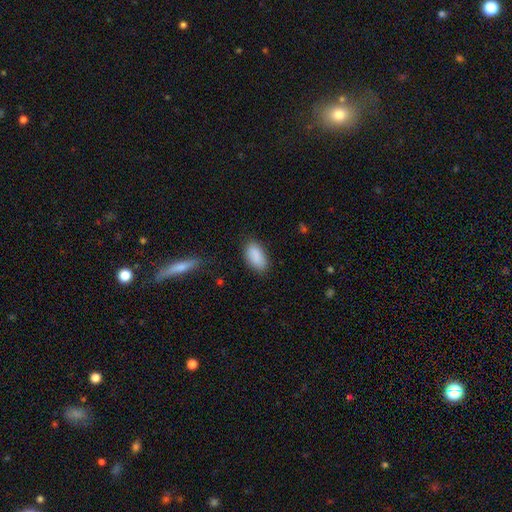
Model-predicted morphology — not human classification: A smooth galaxy with no disk features (89%) that is in between round and cigar-shaped (93%).

Vote fractions:
- Smooth or featured? smooth: 89% / star or artifact: 7% / featured or disk: 4%
- How rounded? in between: 93% / cigar-shaped: 4% / round: 3%
- Merging? none: 83% / minor disturbance: 13% / major disturbance: 3% / merger: 2%